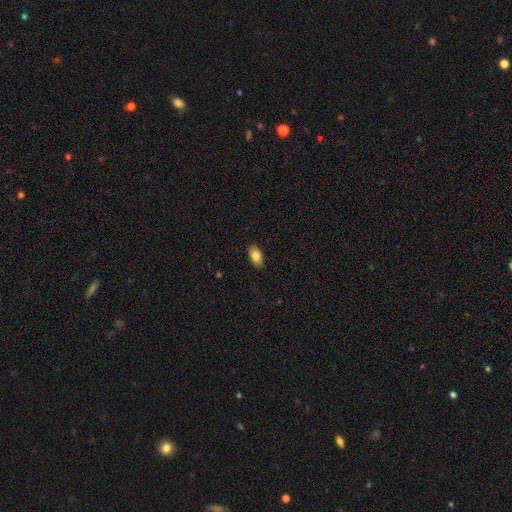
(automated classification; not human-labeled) A smooth galaxy with no disk features (83%) that is in between round and cigar-shaped (93%). Merging: none (89%).